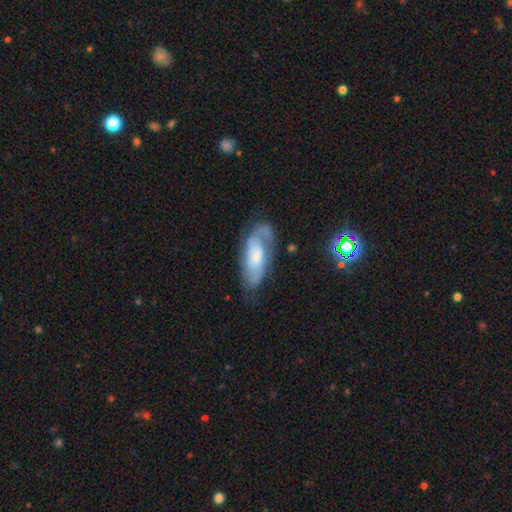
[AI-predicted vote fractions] A featured or disk galaxy (63%) with no bar (61%), spiral arms (82%) and a moderate central bulge (36%).

Vote fractions:
- Smooth or featured? featured or disk: 63% / smooth: 29% / star or artifact: 8%
- Edge-on disk? no: 90% / yes: 10%
- Bar? no: 61% / weak: 31% / strong: 8%
- Spiral arms? yes: 82% / no: 18%
- Bulge size? moderate: 36% / small: 35% / large: 14% / none: 12% / dominant: 2%
- Merging? none: 58% / minor disturbance: 25% / major disturbance: 14% / merger: 3%